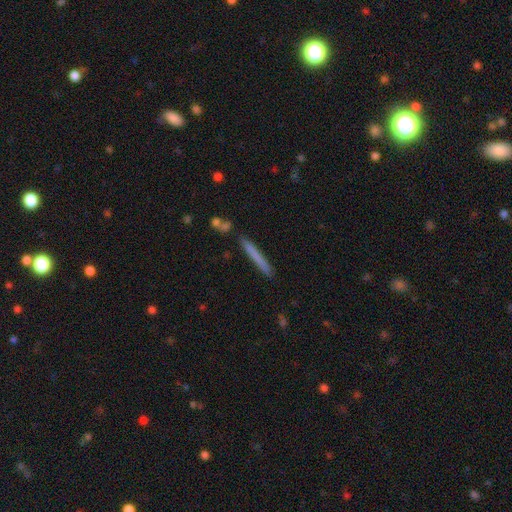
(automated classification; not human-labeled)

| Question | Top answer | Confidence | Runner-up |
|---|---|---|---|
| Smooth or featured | smooth | 67% | featured or disk (26%) |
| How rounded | cigar-shaped | 97% | in between (2%) |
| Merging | none | 87% | minor disturbance (8%) |